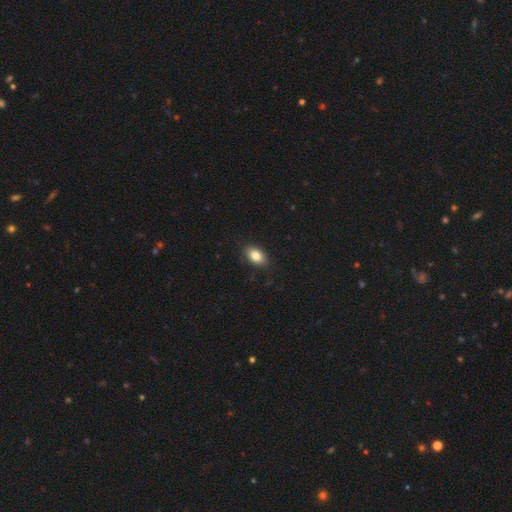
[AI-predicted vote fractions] This appears to be a smooth galaxy with no disk features (83%) that is in between round and cigar-shaped (87%). Merging: none (86%).